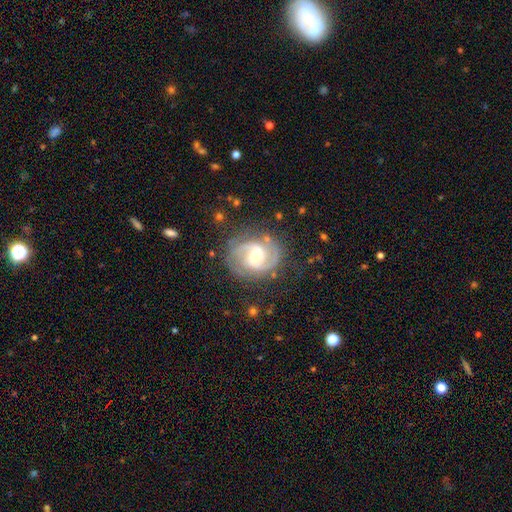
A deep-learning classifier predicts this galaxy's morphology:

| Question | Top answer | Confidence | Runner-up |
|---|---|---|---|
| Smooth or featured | featured or disk | 88% | smooth (7%) |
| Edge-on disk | no | 98% | yes (2%) |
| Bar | weak | 51% | no (31%) |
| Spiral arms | yes | 97% | no (3%) |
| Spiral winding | medium | 52% | tight (37%) |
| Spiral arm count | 2 | 89% | can't tell (4%) |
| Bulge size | moderate | 62% | small (28%) |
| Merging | none | 79% | minor disturbance (14%) |